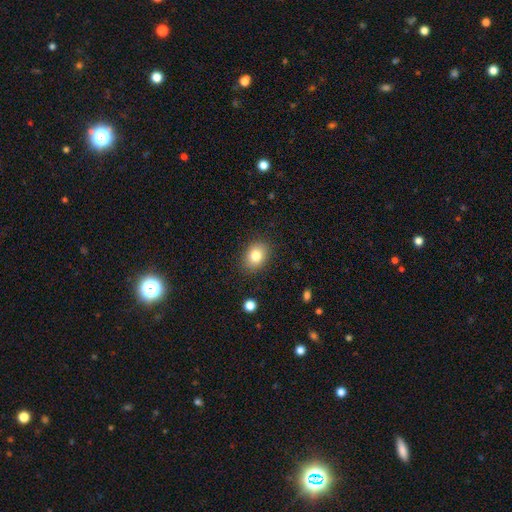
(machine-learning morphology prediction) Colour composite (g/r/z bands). It shows a smooth galaxy with no disk features (81%) that is in between round and cigar-shaped (62%). Merging: none (86%).